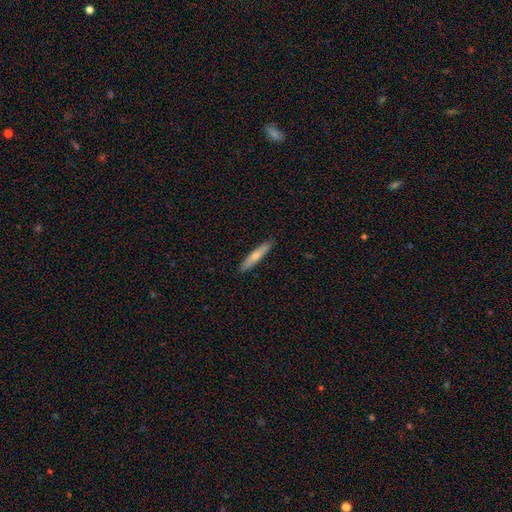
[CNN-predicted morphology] Q: Smooth or featured?
A: smooth (66%); runner-up: featured or disk (29%)
Q: How rounded?
A: cigar-shaped (90%); runner-up: in between (9%)
Q: Merging?
A: none (90%); runner-up: minor disturbance (8%)